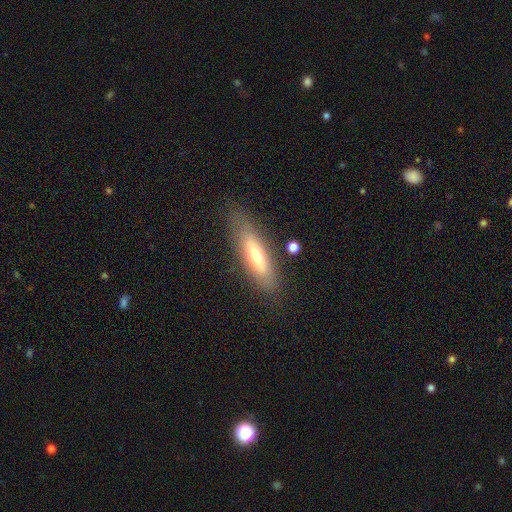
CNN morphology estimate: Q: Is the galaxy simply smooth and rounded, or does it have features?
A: smooth — 53%.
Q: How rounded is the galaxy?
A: cigar-shaped — 60%.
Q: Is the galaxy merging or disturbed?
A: none — 79%.